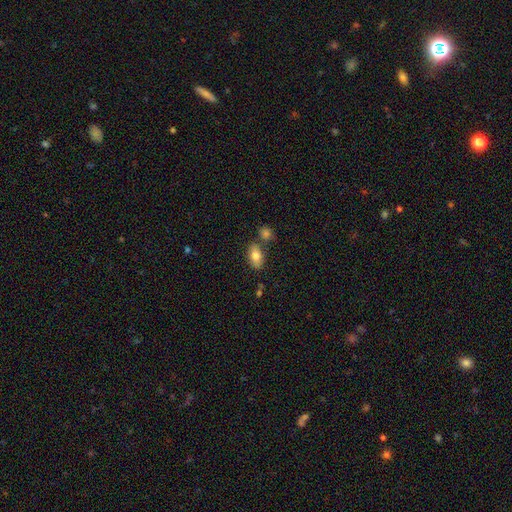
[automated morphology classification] Smooth or featured? Predicted: smooth (p=0.80). How rounded? Predicted: in between (p=0.90). Merging? Predicted: none (p=0.69).